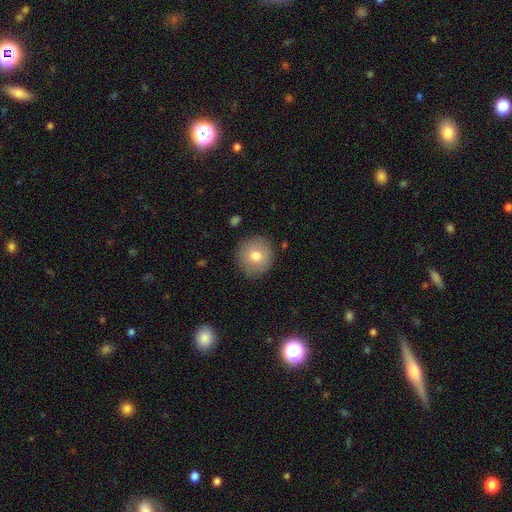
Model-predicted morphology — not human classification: type=smooth (76%); roundness=round (94%); merging=none (89%).